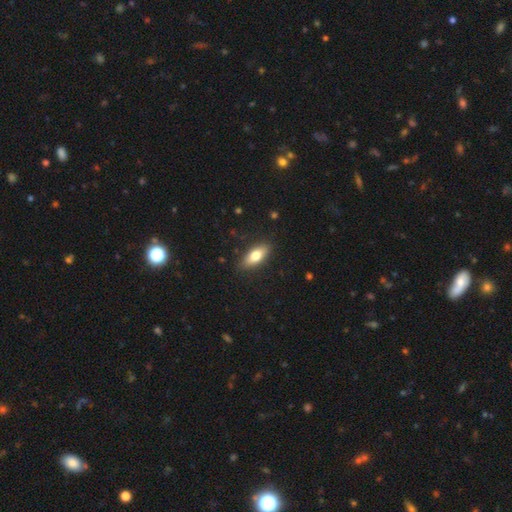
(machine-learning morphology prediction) smooth 74%, featured or disk 19%, star or artifact 6%. Down the decision tree: how rounded — in between (78%); merging — none (86%).